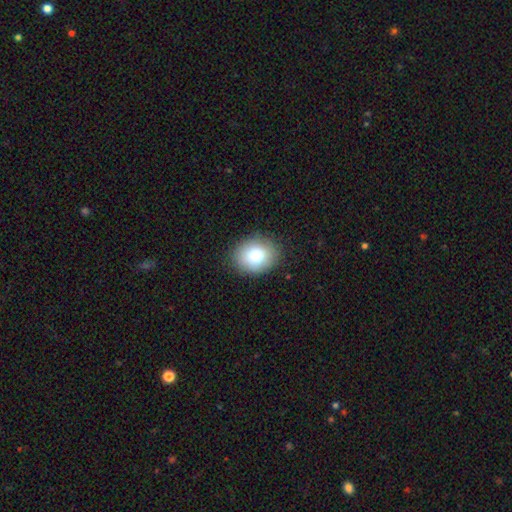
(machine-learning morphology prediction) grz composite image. It shows a smooth galaxy with no disk features (78%) that is round (52%). Merging: none (88%).